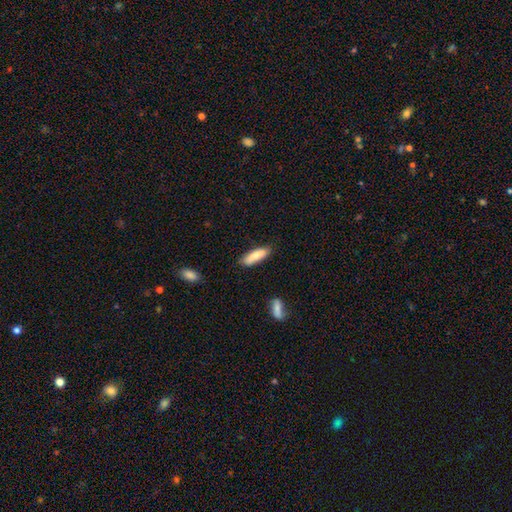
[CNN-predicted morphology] The model was most divided on "how rounded": in between: 52%, cigar-shaped: 46%, round: 2%. More confident: merging — none (81%); smooth or featured — smooth (78%).